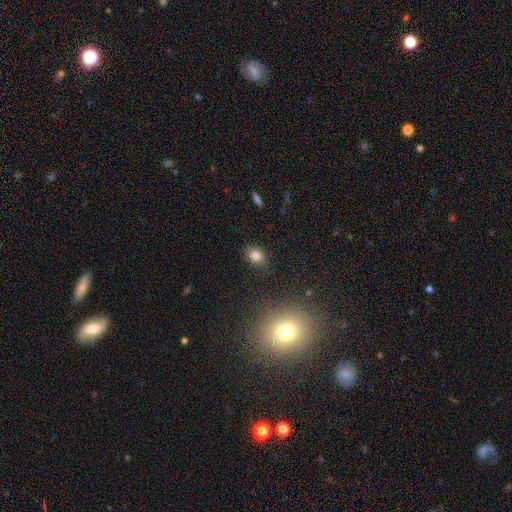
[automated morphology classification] smooth 80%, star or artifact 13%, featured or disk 7%. Down the decision tree: how rounded — in between (49%, tied with round); merging — none (85%).